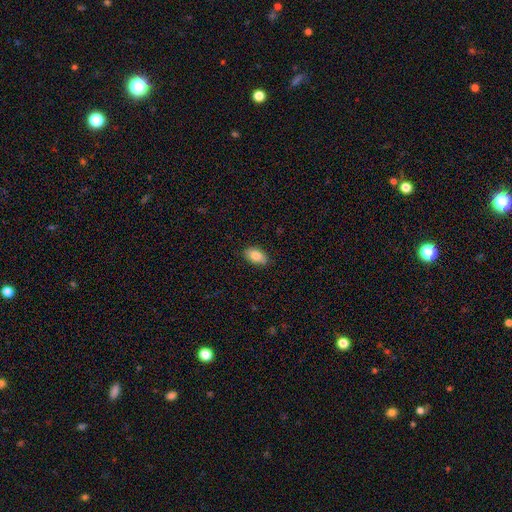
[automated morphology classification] Overall: smooth (84%). How rounded: in between (92%). Merging: none (86%).